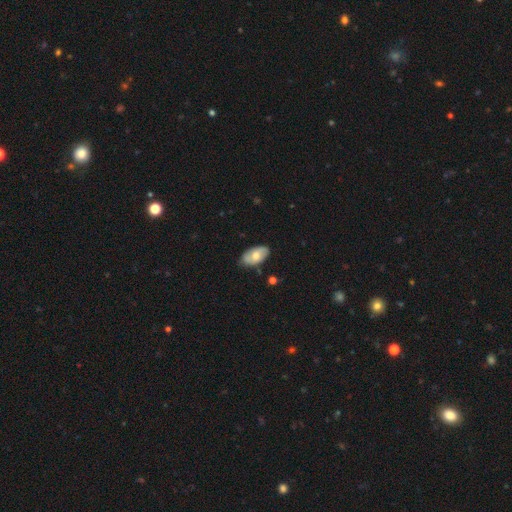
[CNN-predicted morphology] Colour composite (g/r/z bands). It shows a smooth galaxy with no disk features (64%) that is in between round and cigar-shaped (94%). Merging: none (80%).